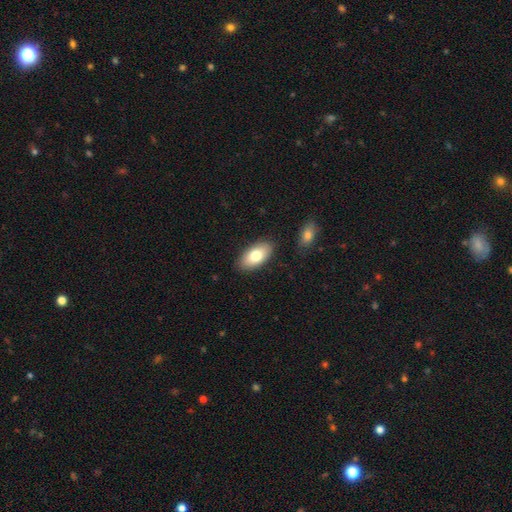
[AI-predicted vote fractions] The model was most divided on "smooth or featured": smooth: 78%, featured or disk: 15%, star or artifact: 6%. More confident: how rounded — in between (94%); merging — none (86%).